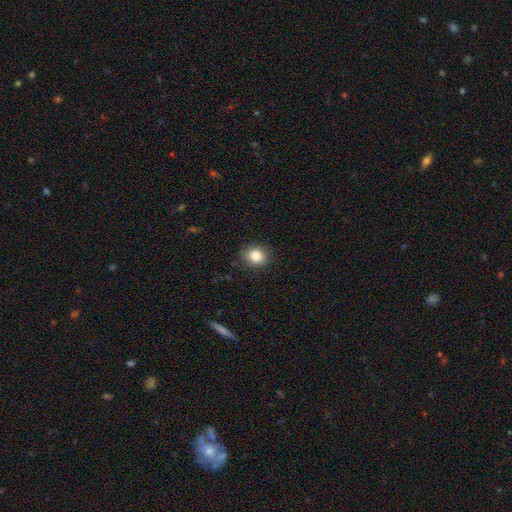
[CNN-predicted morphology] This appears to be a smooth galaxy with no disk features (84%) that is round (71%). Merging: none (87%).